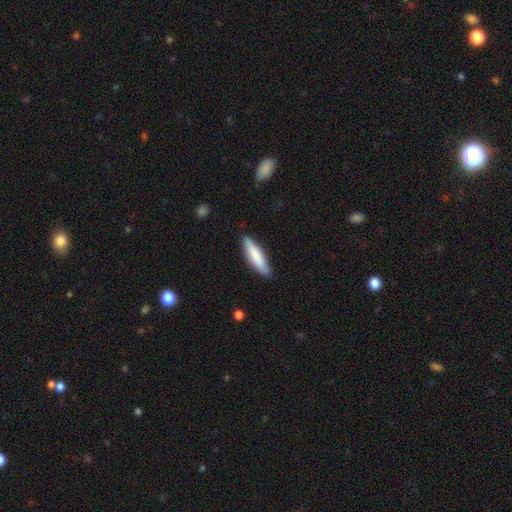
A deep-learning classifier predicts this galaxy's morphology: Q: Smooth or featured?
A: smooth (80%); runner-up: featured or disk (15%)
Q: How rounded?
A: cigar-shaped (74%); runner-up: in between (25%)
Q: Merging?
A: none (85%); runner-up: minor disturbance (12%)